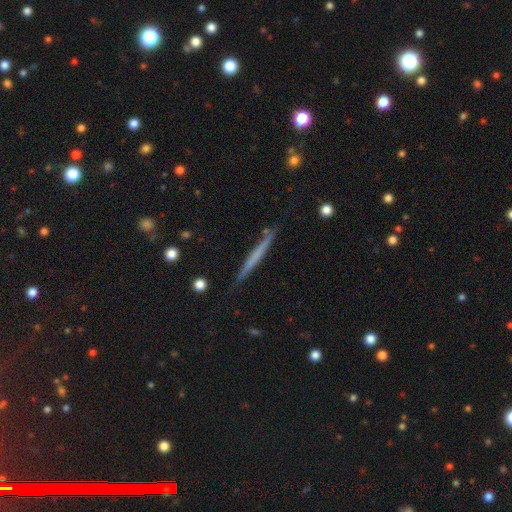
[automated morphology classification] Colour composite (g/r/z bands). It shows a smooth galaxy with no disk features (49%). Merging: none (87%).